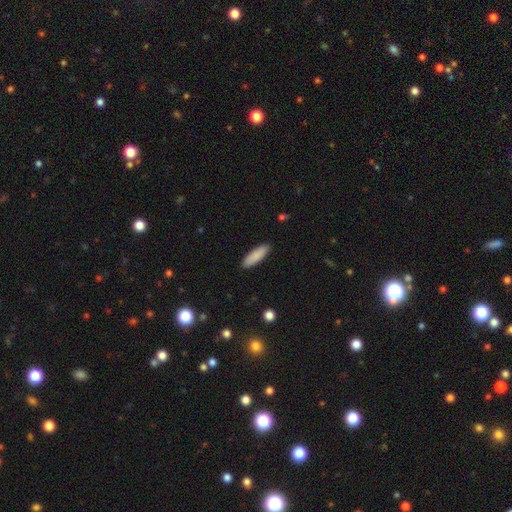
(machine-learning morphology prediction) Smooth or featured? Predicted: smooth (p=0.88). How rounded? Predicted: cigar-shaped (p=0.54). Merging? Predicted: none (p=0.90).